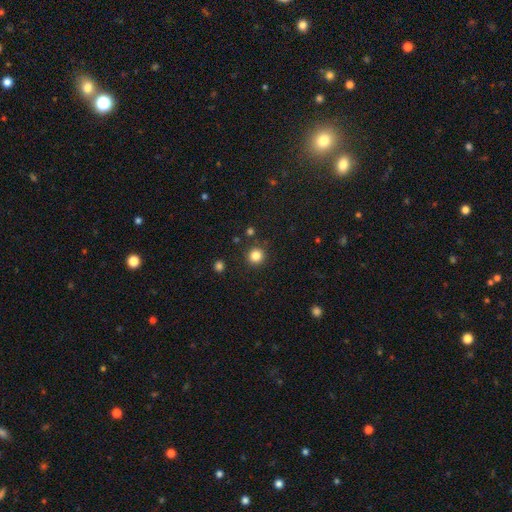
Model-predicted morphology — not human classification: Smooth or featured? Predicted: smooth (p=0.84). How rounded? Predicted: round (p=0.94). Merging? Predicted: none (p=0.89).